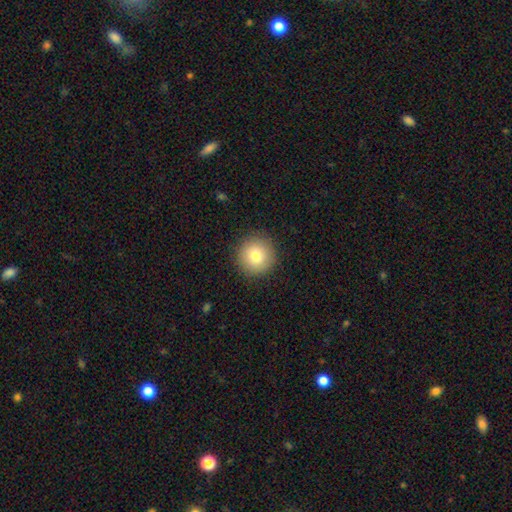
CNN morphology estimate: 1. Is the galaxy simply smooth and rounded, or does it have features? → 80% smooth, 10% featured or disk, 10% star or artifact.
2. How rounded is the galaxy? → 95% round, 4% in between, 1% cigar-shaped.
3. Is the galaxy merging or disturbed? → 91% none, 6% minor disturbance, 2% major disturbance, 1% merger.